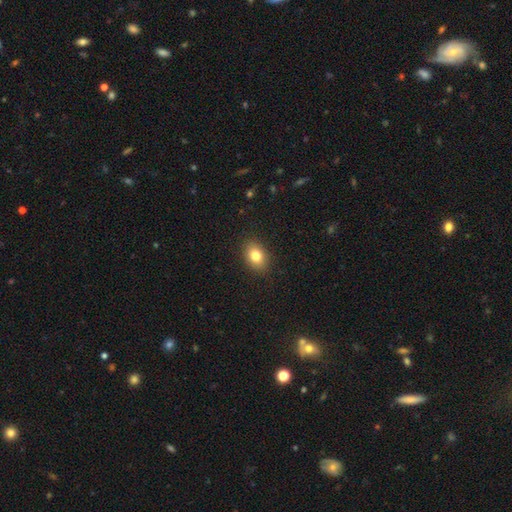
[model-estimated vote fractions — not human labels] This appears to be a smooth galaxy with no disk features (82%) that is in between round and cigar-shaped (75%). Merging: none (88%).